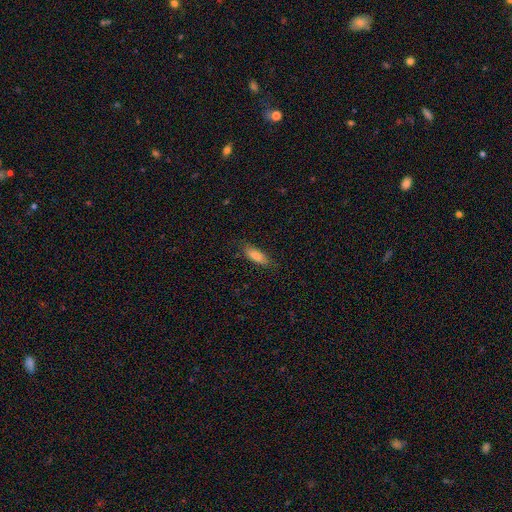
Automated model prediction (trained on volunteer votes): smooth 79%, featured or disk 14%, star or artifact 7%. Down the decision tree: how rounded — in between (56%); merging — none (82%).